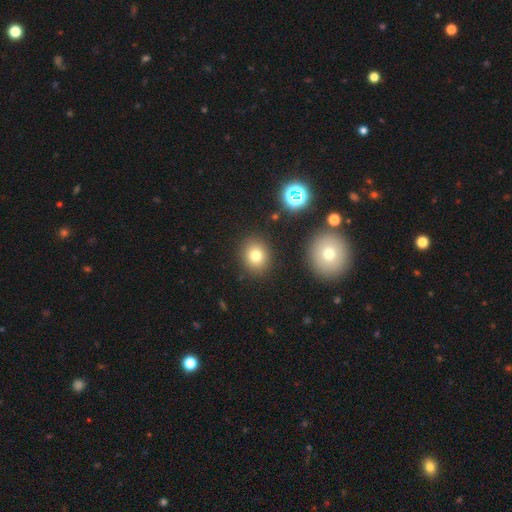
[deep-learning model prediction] smooth 77%, star or artifact 14%, featured or disk 9%. Down the decision tree: how rounded — round (69%); merging — none (88%).